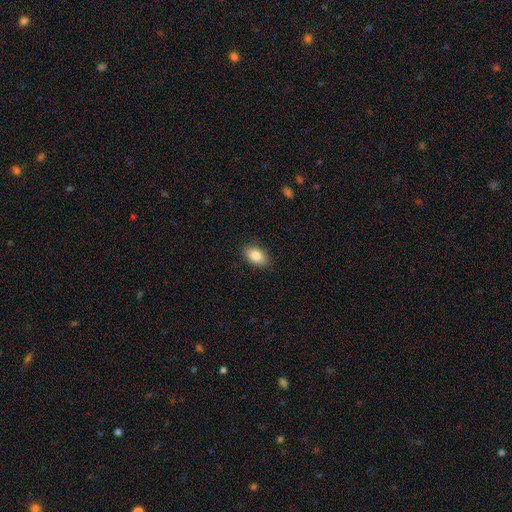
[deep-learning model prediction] Overall: smooth (85%). How rounded: in between (91%). Merging: none (88%).